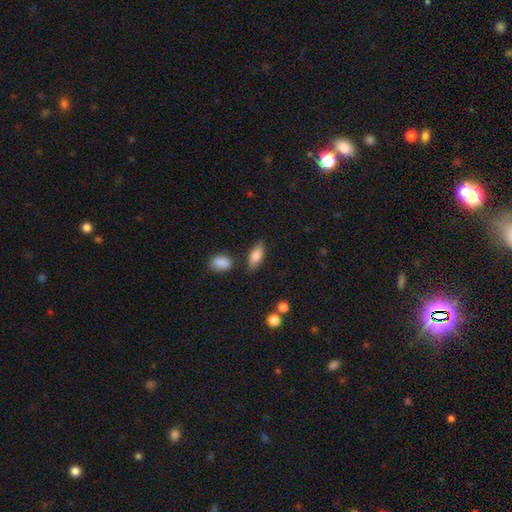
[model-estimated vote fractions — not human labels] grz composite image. It shows a smooth galaxy with no disk features (74%) that is in between round and cigar-shaped (80%). Merging: none (80%).